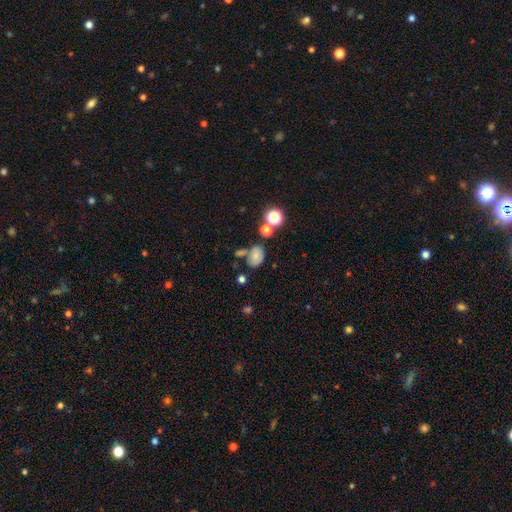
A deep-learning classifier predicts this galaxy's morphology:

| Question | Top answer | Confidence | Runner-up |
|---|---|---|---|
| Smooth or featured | smooth | 73% | star or artifact (15%) |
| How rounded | in between | 75% | round (24%) |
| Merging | none | 53% | merger (22%) |